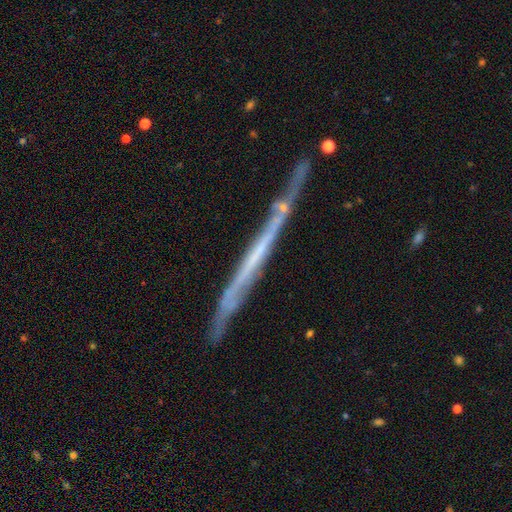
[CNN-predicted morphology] Smooth or featured? Predicted: featured or disk (p=0.69). Edge-on disk? Predicted: yes (p=0.92). Edge-on bulge? Predicted: none (p=0.90). Merging? Predicted: none (p=0.72).